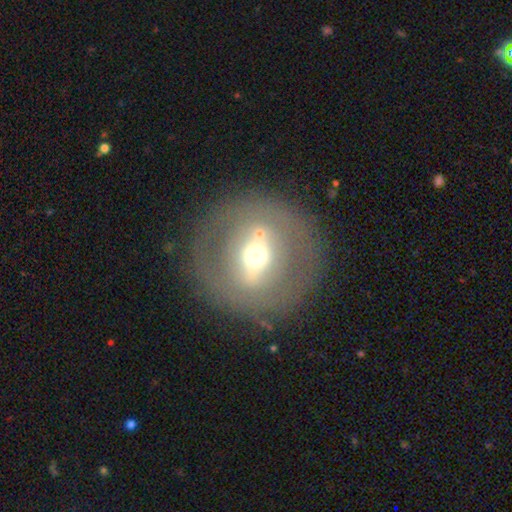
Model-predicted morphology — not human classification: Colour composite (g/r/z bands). It shows a featured or disk galaxy (55%). Merging: none (82%).